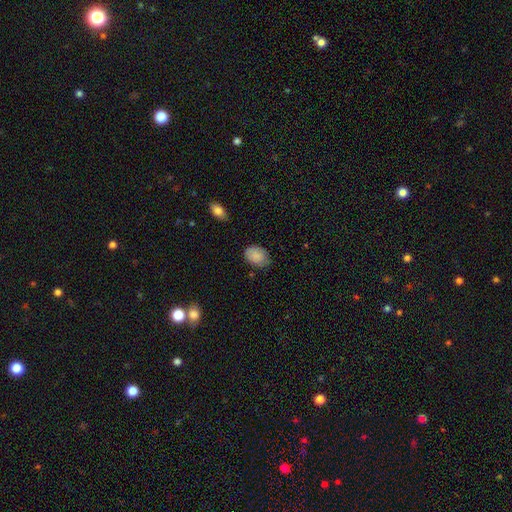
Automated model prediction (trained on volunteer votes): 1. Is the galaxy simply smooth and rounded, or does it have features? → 86% smooth, 8% star or artifact, 6% featured or disk.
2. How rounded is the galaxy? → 74% in between, 25% round, 1% cigar-shaped.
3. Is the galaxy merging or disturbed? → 69% none, 25% minor disturbance, 4% major disturbance, 2% merger.